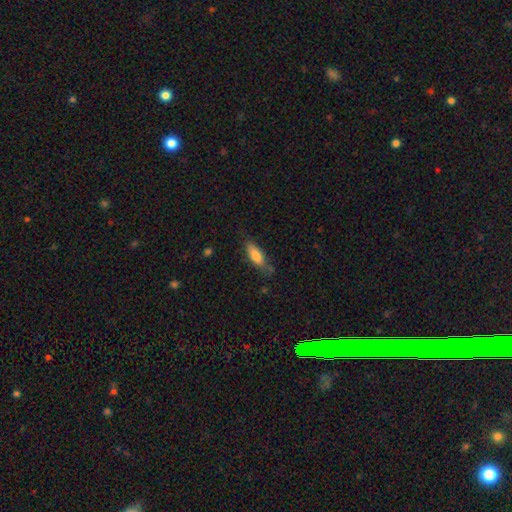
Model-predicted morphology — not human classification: smooth 76%, featured or disk 17%, star or artifact 6%. Down the decision tree: how rounded — in between (62%); merging — none (64%).